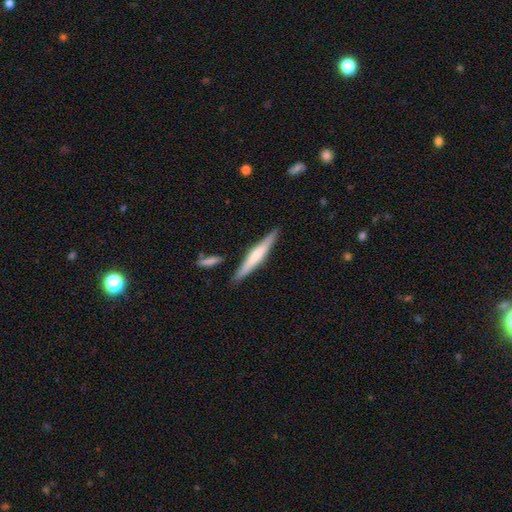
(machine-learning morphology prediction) Smooth or featured?
  - smooth: 49% *
  - featured or disk: 45%
  - star or artifact: 6%
Merging?
  - none: 86% *
  - minor disturbance: 9%
  - merger: 3%
  - major disturbance: 2%